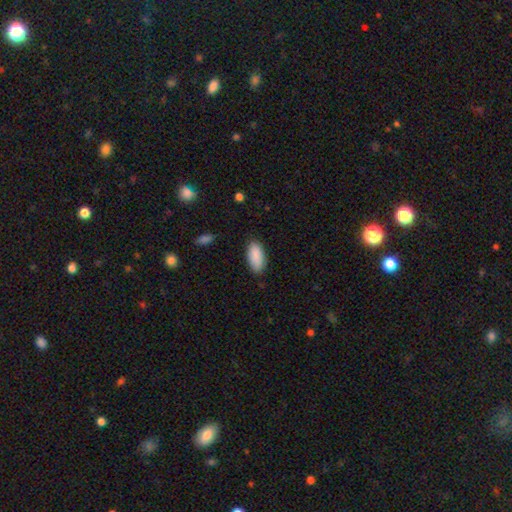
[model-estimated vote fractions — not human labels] This is clearly a smooth galaxy (90%). How rounded: clearly in between (92%). Merging: clearly none (84%).